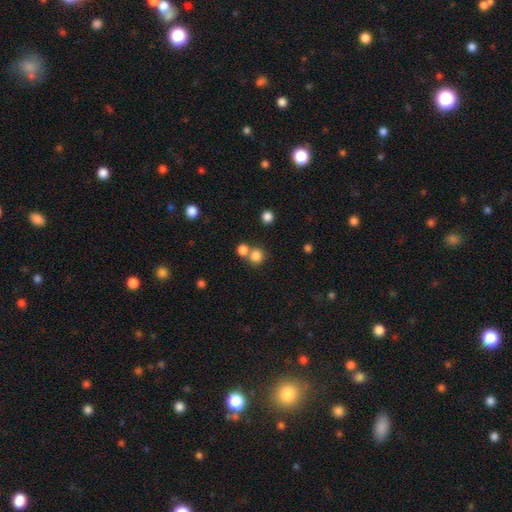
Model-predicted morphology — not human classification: Smooth or featured: smooth — 81% (star or artifact — 13%)
How rounded: round — 88% (in between — 11%)
Merging: none — 55% (merger — 35%)